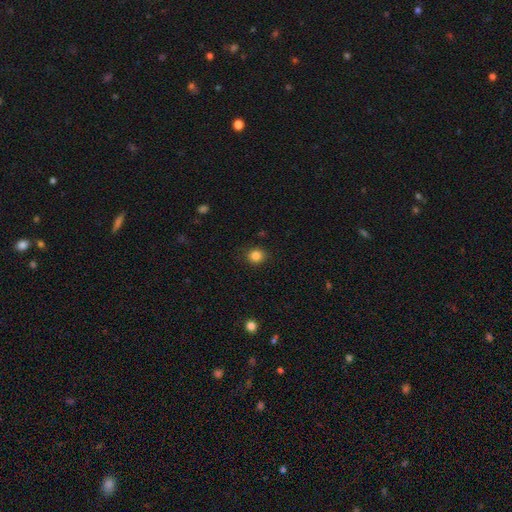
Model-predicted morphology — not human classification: A smooth galaxy with no disk features (84%) that is round (86%). Merging: none (89%).